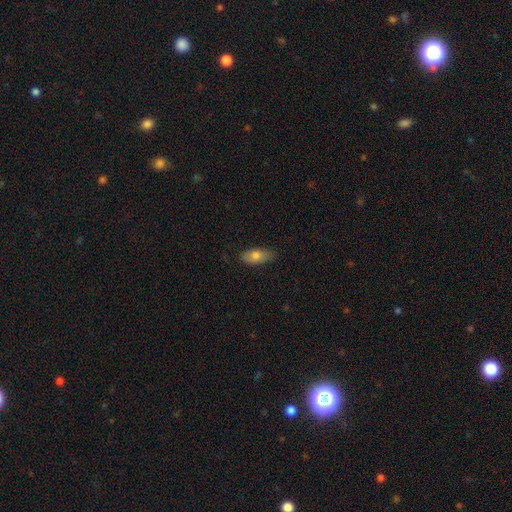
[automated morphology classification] smooth-or-featured: smooth: 77% | featured or disk: 16% | star or artifact: 7%
  how-rounded: in between: 85% | cigar-shaped: 12% | round: 3%
  merging: none: 79% | minor disturbance: 17% | major disturbance: 3% | merger: 1%